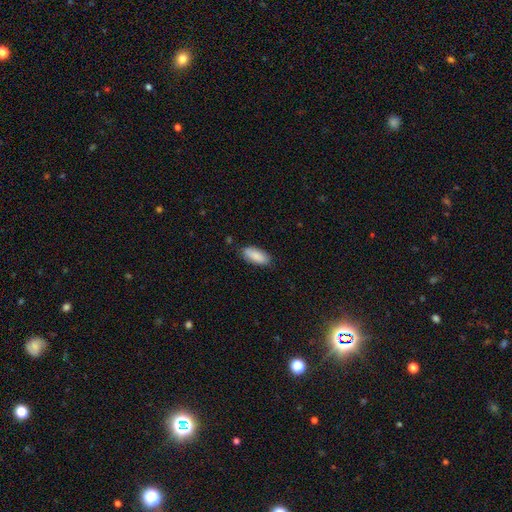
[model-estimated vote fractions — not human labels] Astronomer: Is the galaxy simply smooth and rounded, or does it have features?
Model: smooth — 89%.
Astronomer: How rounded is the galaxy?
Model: in between — 82%.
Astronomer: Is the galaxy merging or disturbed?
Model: none — 84%.